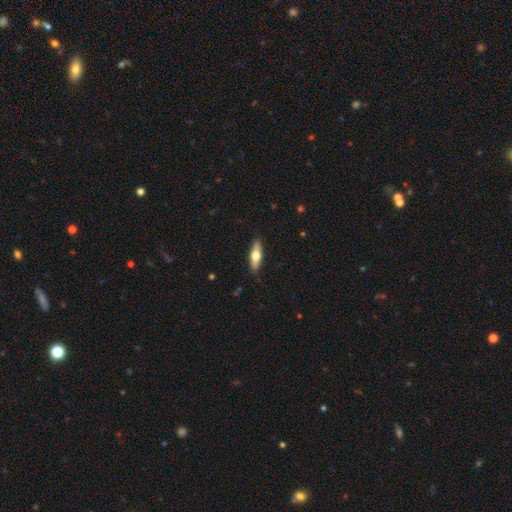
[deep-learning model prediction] A smooth galaxy with no disk features (61%) that is cigar-shaped (49%, tied with in between).

Vote fractions:
- Smooth or featured? smooth: 61% / featured or disk: 33% / star or artifact: 6%
- How rounded? cigar-shaped: 49% (tied) / in between: 49% (tied) / round: 2%
- Merging? none: 88% / minor disturbance: 9% / major disturbance: 2% / merger: 1%